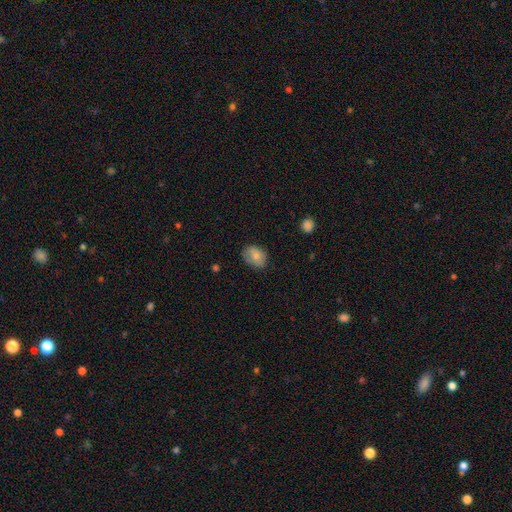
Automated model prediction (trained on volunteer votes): Smooth or featured? Predicted: smooth (p=0.79). How rounded? Predicted: in between (p=0.77). Merging? Predicted: none (p=0.75).